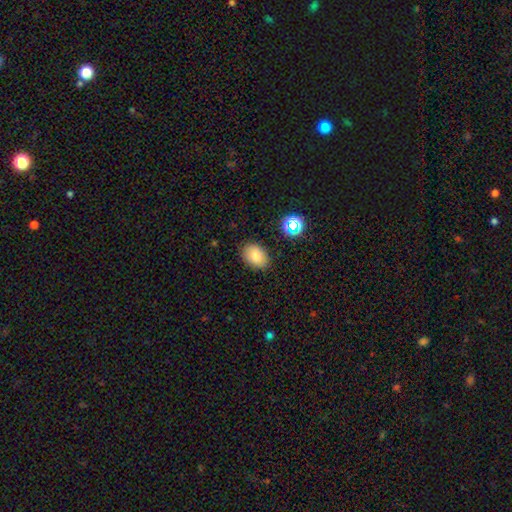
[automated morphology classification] Overall: smooth (80%). How rounded: in between (79%). Merging: none (85%).